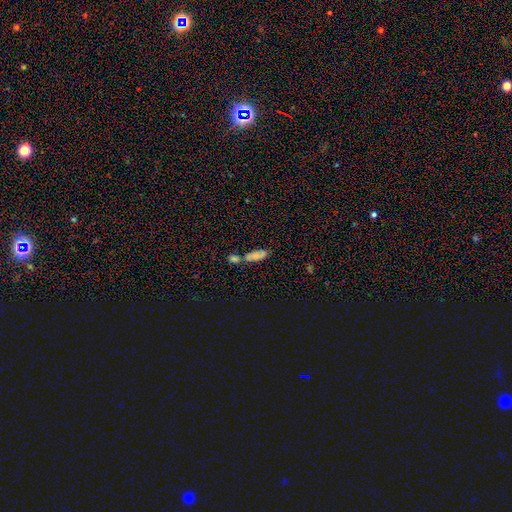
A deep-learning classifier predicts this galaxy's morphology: Q: Smooth or featured?
A: smooth (73%); runner-up: featured or disk (15%)
Q: How rounded?
A: in between (71%); runner-up: cigar-shaped (25%)
Q: Merging?
A: none (44%); runner-up: merger (37%)